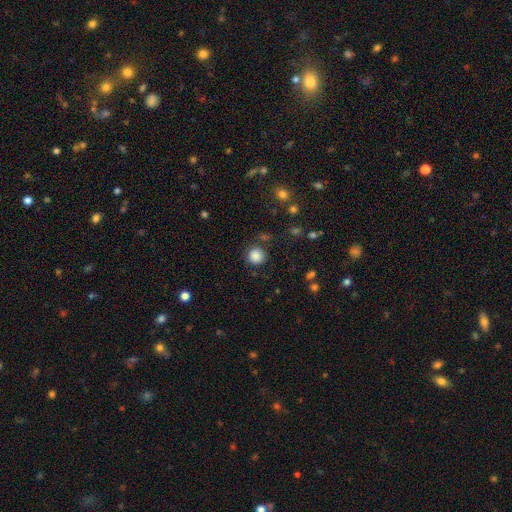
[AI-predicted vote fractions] Overall: smooth (86%). How rounded: round (93%). Merging: none (84%).